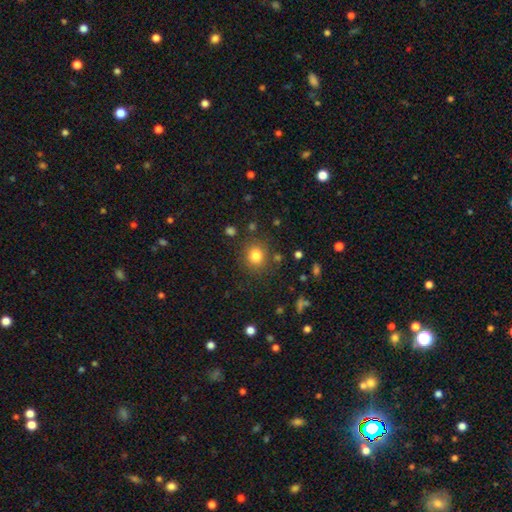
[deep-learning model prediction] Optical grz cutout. It shows a smooth galaxy with no disk features (81%) that is round (84%). Merging: none (83%).